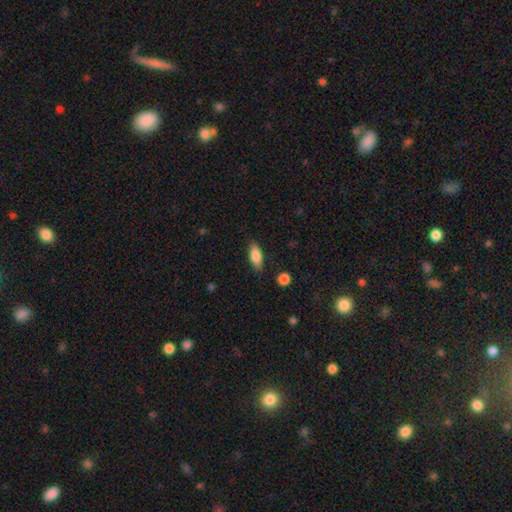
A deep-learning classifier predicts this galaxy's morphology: Q: Smooth or featured?
A: smooth (83%); runner-up: featured or disk (10%)
Q: How rounded?
A: in between (79%); runner-up: cigar-shaped (19%)
Q: Merging?
A: none (85%); runner-up: minor disturbance (11%)